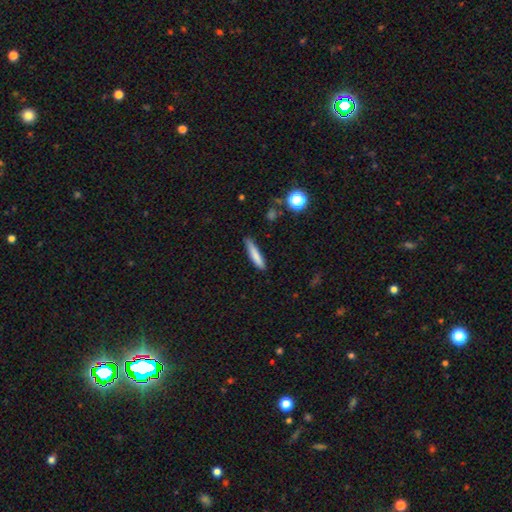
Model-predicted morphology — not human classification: Q: Smooth or featured?
A: smooth (80%); runner-up: featured or disk (13%)
Q: How rounded?
A: cigar-shaped (88%); runner-up: in between (10%)
Q: Merging?
A: none (80%); runner-up: minor disturbance (16%)